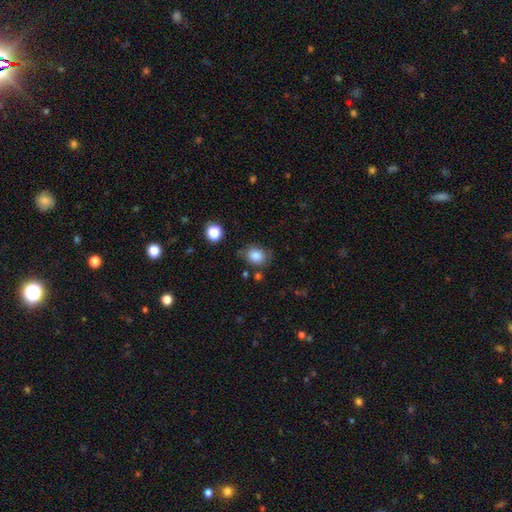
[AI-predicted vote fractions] Q: Smooth or featured?
A: smooth (82%); runner-up: star or artifact (10%)
Q: How rounded?
A: round (54%); runner-up: in between (45%)
Q: Merging?
A: none (69%); runner-up: minor disturbance (21%)